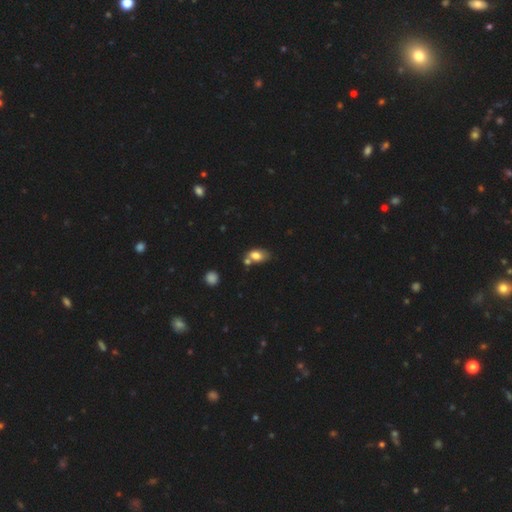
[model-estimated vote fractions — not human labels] The model was most divided on "merging": none: 39%, merger: 38%, minor disturbance: 17%, major disturbance: 6%. More confident: how rounded — in between (86%); smooth or featured — smooth (77%).